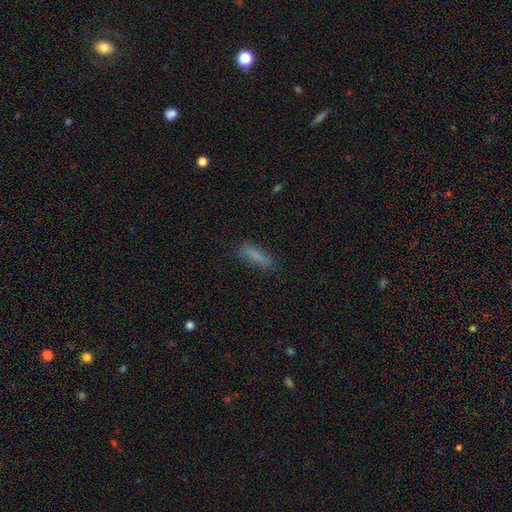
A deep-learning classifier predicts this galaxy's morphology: smooth-or-featured: smooth: 80% | featured or disk: 10% | star or artifact: 9%
  how-rounded: cigar-shaped: 68% | in between: 30% | round: 2%
  merging: none: 77% | minor disturbance: 16% | major disturbance: 5% | merger: 2%